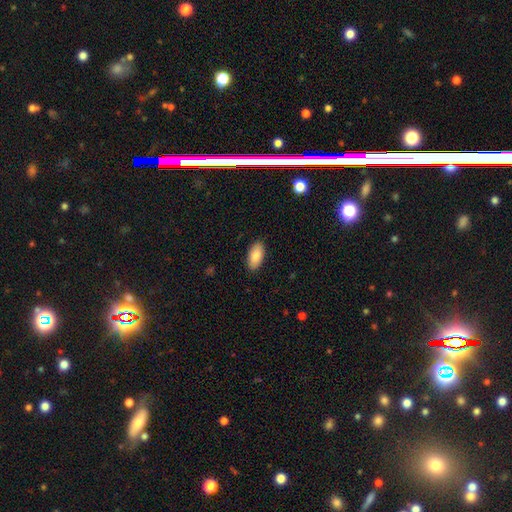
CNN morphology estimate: type=smooth (85%); roundness=in between (94%); merging=none (89%).